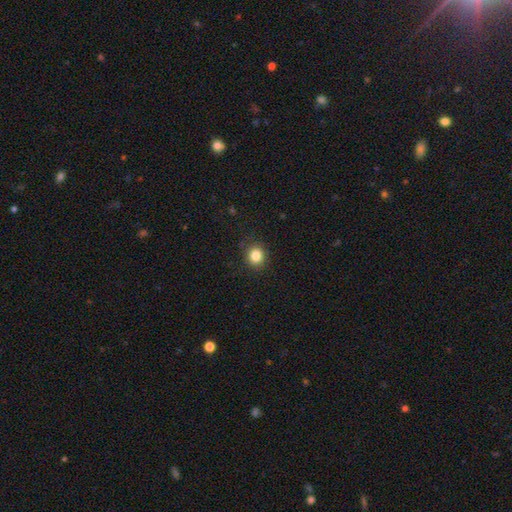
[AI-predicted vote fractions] Overall: smooth (84%). How rounded: round (82%). Merging: none (88%).